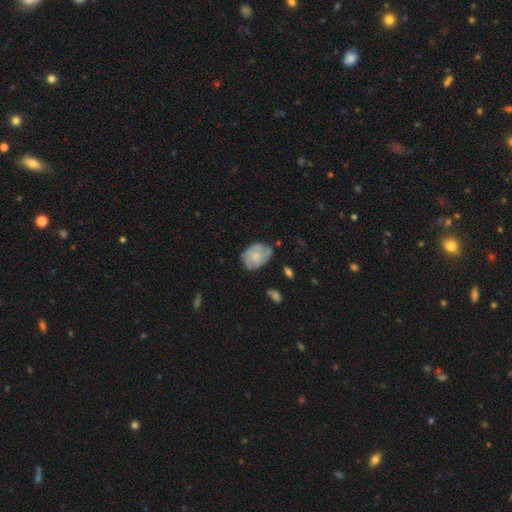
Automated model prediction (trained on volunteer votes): Overall: smooth (52%; featured or disk 42%). How rounded: in between (71%). Merging: none (60%; minor disturbance 29%).